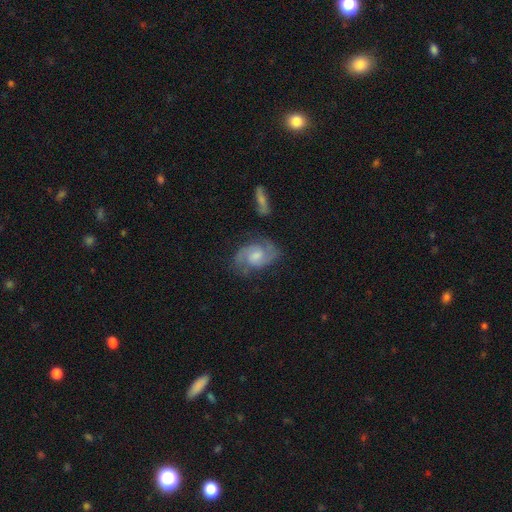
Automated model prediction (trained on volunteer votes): A featured or disk galaxy (85%) with no bar (51%), 2 (90%) medium (55%) spiral arms (97%) and a moderate central bulge (47%). Merging: none (75%).